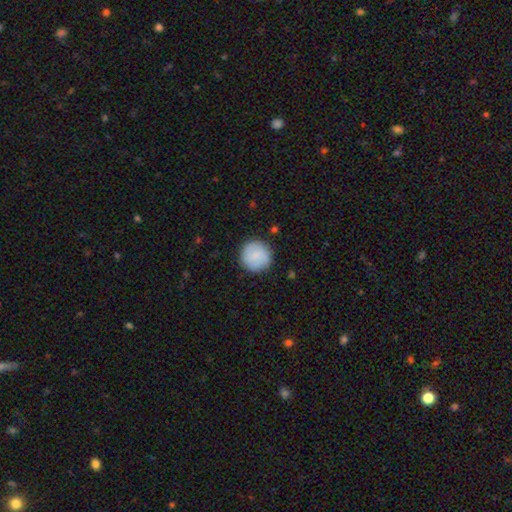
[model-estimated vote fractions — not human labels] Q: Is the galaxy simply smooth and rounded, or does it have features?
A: smooth — 76%.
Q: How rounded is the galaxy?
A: round — 95%.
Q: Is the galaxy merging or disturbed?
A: none — 87%.